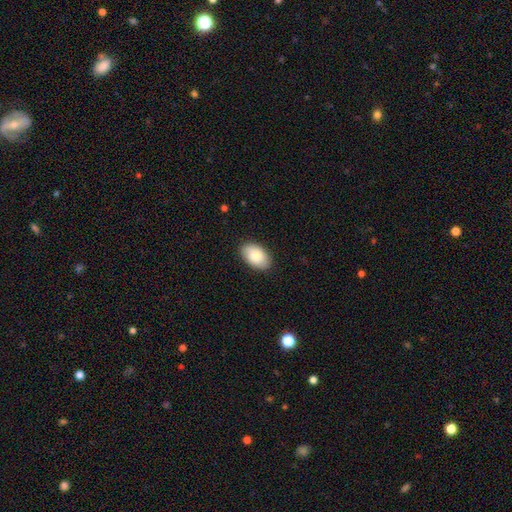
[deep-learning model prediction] smooth_or_featured: smooth (p=0.81) [alt: featured or disk p=0.13]
how_rounded: in between (p=0.92) [alt: round p=0.07]
merging: none (p=0.87) [alt: minor disturbance p=0.10]